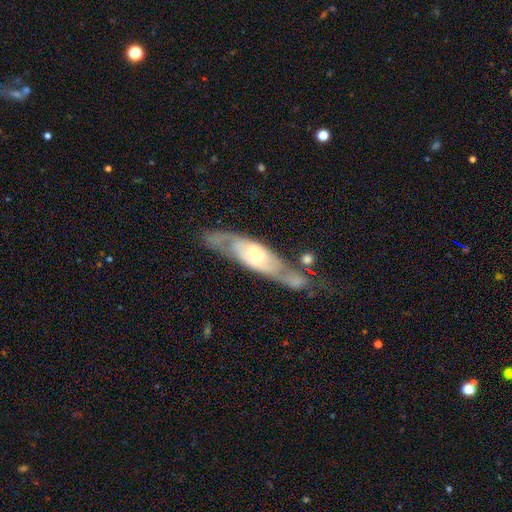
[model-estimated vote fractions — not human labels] A featured or disk galaxy (74%) with no bar (65%), spiral arms (74%) and a moderate central bulge (46%).

Vote fractions:
- Smooth or featured? featured or disk: 74% / smooth: 21% / star or artifact: 5%
- Edge-on disk? no: 75% / yes: 25%
- Bar? no: 65% / weak: 25% / strong: 10%
- Spiral arms? yes: 74% / no: 26%
- Bulge size? moderate: 46% / small: 45% / large: 7% / none: 2% / dominant: 2%
- Merging? none: 50% / minor disturbance: 20% / major disturbance: 15% / merger: 15%